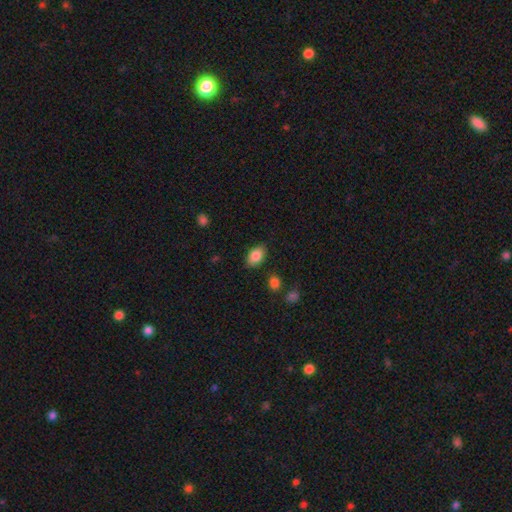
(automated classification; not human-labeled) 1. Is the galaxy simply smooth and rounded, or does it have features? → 86% smooth, 8% star or artifact, 7% featured or disk.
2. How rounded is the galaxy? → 88% in between, 11% round, 1% cigar-shaped.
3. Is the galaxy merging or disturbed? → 85% none, 11% minor disturbance, 3% major disturbance, 2% merger.